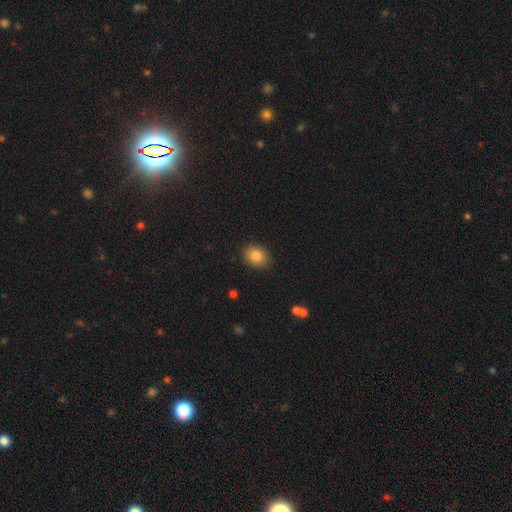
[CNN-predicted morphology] smooth 84%, star or artifact 9%, featured or disk 7%. Down the decision tree: how rounded — in between (59%); merging — none (87%).